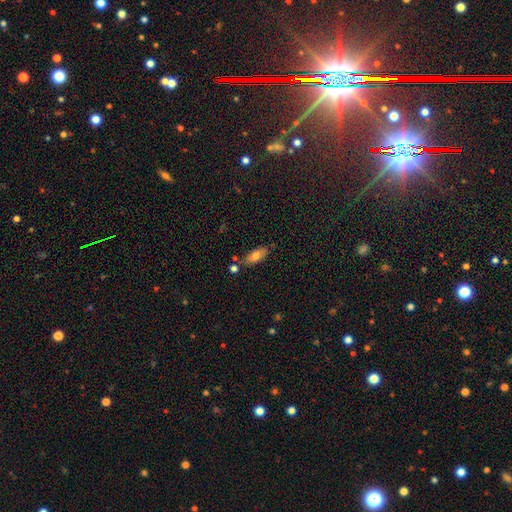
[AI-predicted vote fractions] The model was most divided on "smooth or featured": smooth: 73%, featured or disk: 19%, star or artifact: 8%. More confident: how rounded — in between (78%); merging — none (72%).